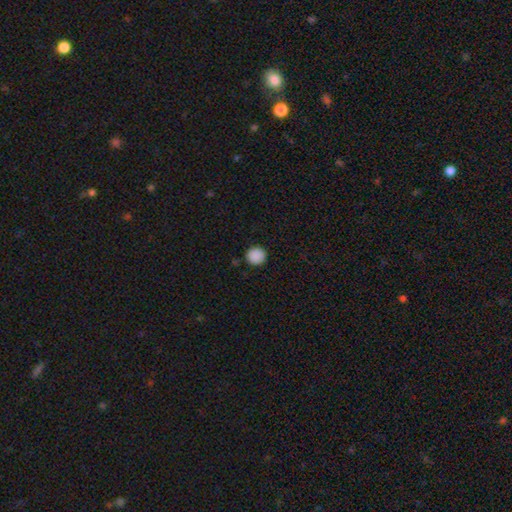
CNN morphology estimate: This appears to be a smooth galaxy with no disk features (89%) that is round (93%). Merging: none (91%).